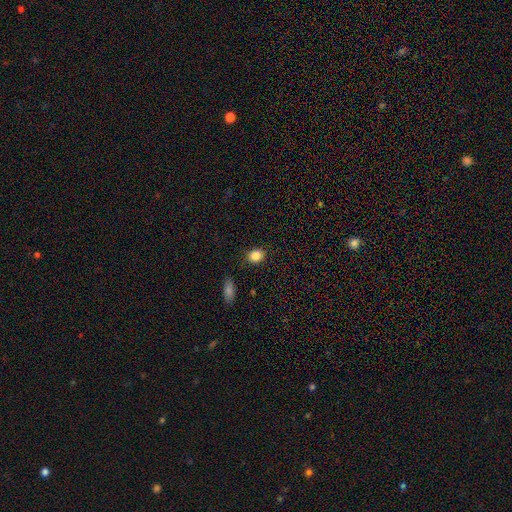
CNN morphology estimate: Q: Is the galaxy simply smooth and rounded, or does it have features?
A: smooth — 86%.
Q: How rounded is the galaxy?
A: round — 55%.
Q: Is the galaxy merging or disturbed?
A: none — 85%.